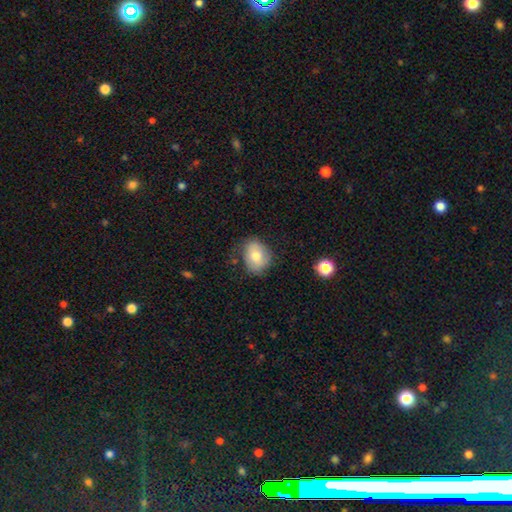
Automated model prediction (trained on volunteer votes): Morphology: type=smooth (73%); roundness=in between (56%); merging=none (71%).